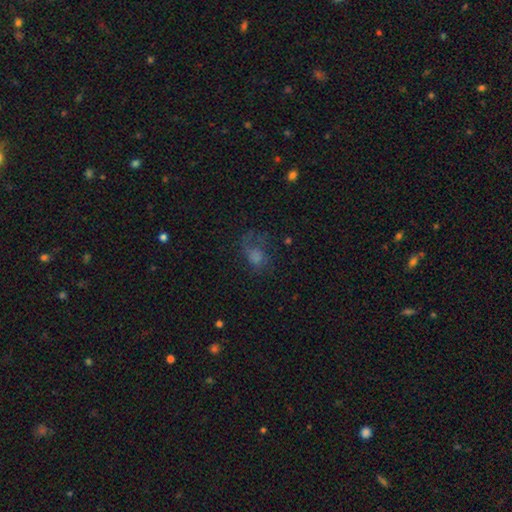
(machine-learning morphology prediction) Smooth or featured?
  - smooth: 44% *
  - featured or disk: 32%
  - star or artifact: 24%
Merging?
  - none: 44% *
  - major disturbance: 32%
  - minor disturbance: 21%
  - merger: 3%